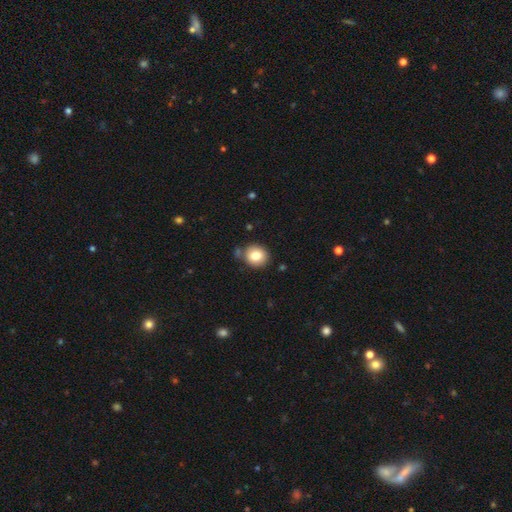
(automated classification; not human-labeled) smooth_or_featured: smooth (p=0.81) [alt: featured or disk p=0.10]
how_rounded: round (p=0.78) [alt: in between p=0.22]
merging: none (p=0.79) [alt: minor disturbance p=0.12]